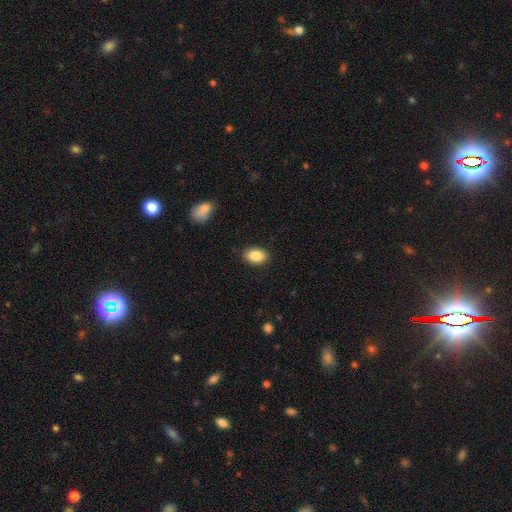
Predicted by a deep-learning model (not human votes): A smooth galaxy with no disk features (88%) that is in between round and cigar-shaped (85%). Merging: none (88%).